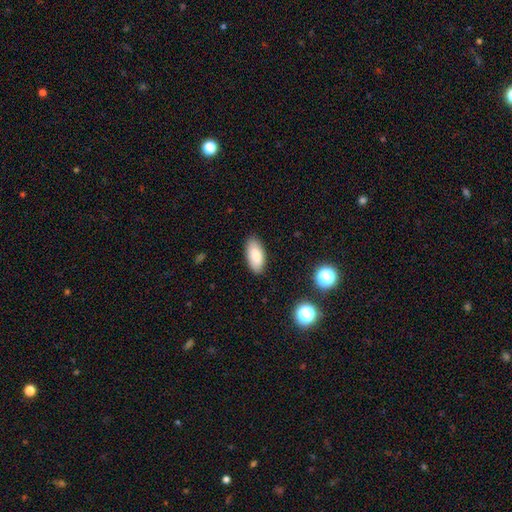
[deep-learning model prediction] A smooth galaxy with no disk features (82%) that is in between round and cigar-shaped (91%). Merging: none (87%).